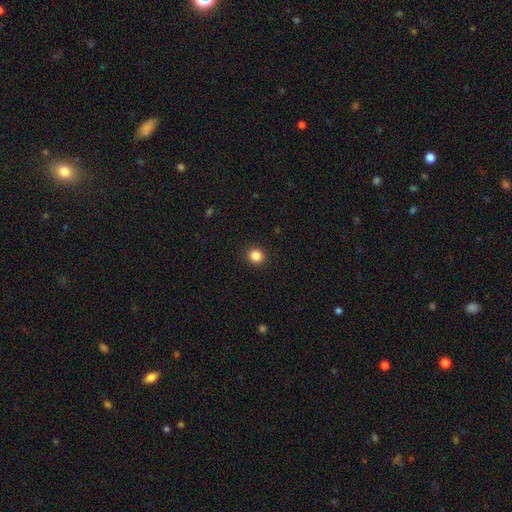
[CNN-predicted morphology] This appears to be a smooth galaxy with no disk features (86%) that is round (85%). Merging: none (92%).